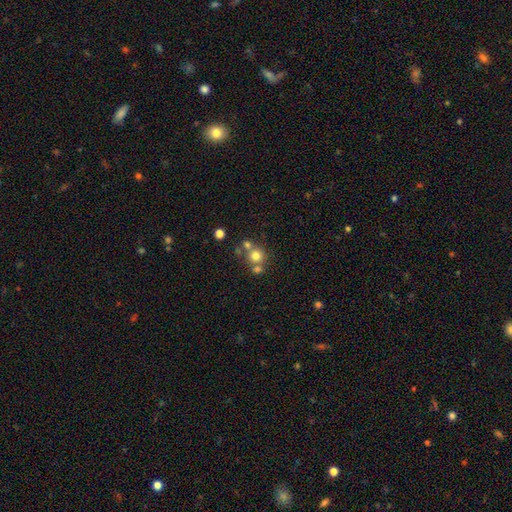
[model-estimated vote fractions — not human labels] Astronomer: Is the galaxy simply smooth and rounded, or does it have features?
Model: smooth — 72%.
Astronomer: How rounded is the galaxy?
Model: round — 89%.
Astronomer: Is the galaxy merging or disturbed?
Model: none — 57%.